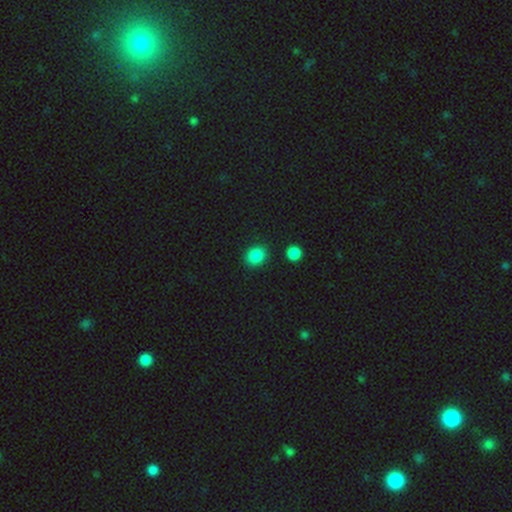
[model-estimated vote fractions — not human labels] Smooth or featured? smooth (86%)
How rounded? round (69%)
Merging? none (87%)